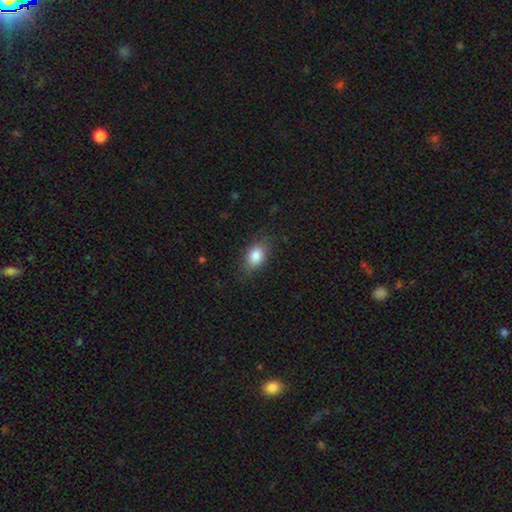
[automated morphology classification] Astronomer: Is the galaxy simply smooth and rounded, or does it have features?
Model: smooth — 85%.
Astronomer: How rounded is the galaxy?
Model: in between — 82%.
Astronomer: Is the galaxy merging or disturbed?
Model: none — 80%.